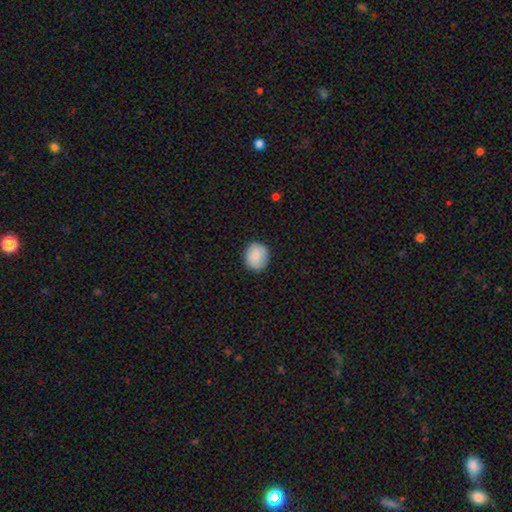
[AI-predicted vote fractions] Morphology: type=smooth (85%); roundness=round (80%); merging=none (85%).